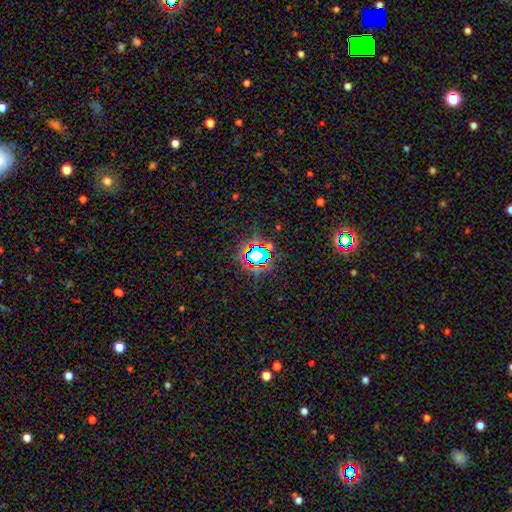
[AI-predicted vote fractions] This is likely a star or artifact rather than a galaxy (66%).